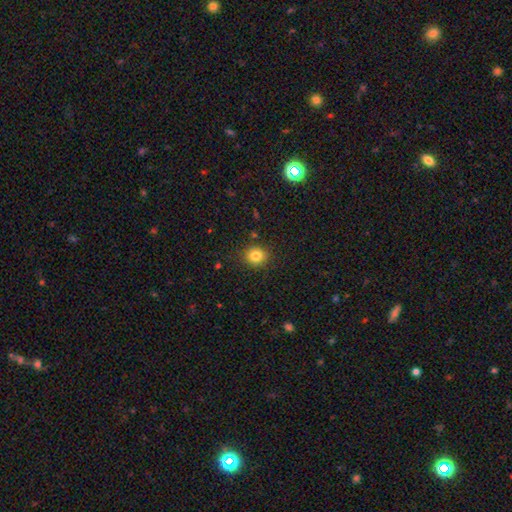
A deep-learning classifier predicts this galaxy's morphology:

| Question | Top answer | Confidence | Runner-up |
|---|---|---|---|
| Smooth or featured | smooth | 82% | star or artifact (12%) |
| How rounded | round | 82% | in between (17%) |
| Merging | none | 88% | minor disturbance (8%) |